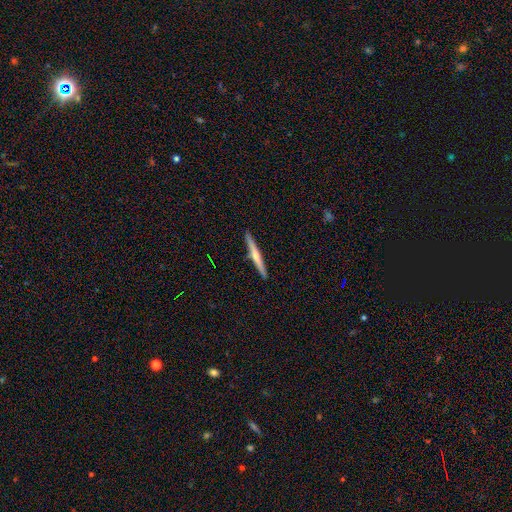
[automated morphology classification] Smooth or featured? Predicted: featured or disk (p=0.67). Edge-on disk? Predicted: yes (p=0.98). Edge-on bulge? Predicted: rounded (p=0.81). Merging? Predicted: none (p=0.92).